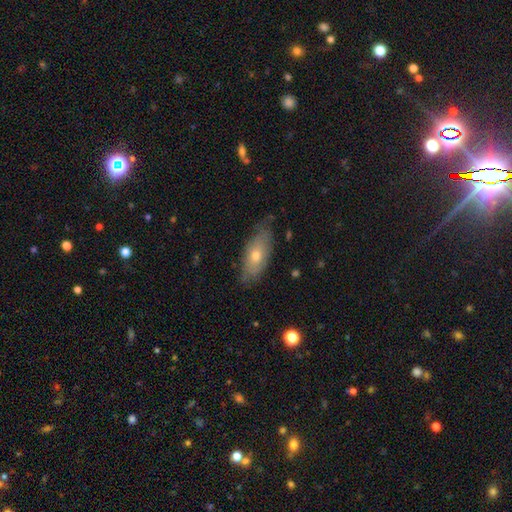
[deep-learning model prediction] Smooth or featured? Predicted: smooth (p=0.51). How rounded? Predicted: in between (p=0.79). Merging? Predicted: none (p=0.71).